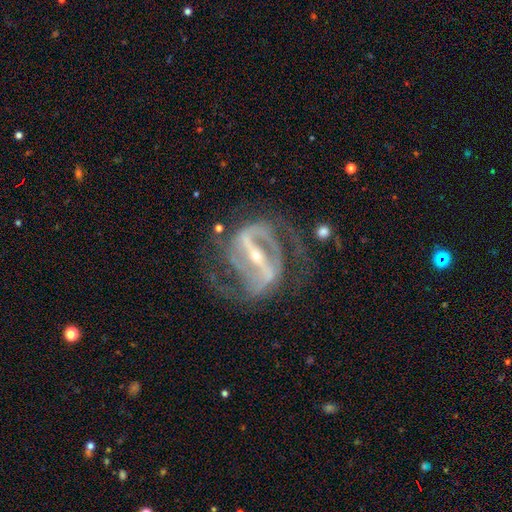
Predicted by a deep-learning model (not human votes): Smooth or featured? Predicted: featured or disk (p=0.91). Edge-on disk? Predicted: no (p=0.94). Bar? Predicted: strong (p=0.86). Spiral arms? Predicted: yes (p=0.94). Spiral winding? Predicted: medium (p=0.52). Spiral arm count? Predicted: 2 (p=0.81). Bulge size? Predicted: small (p=0.70). Merging? Predicted: none (p=0.62).